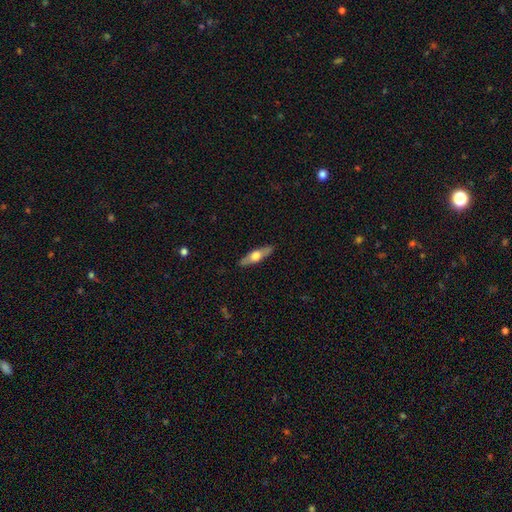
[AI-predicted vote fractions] The model was most divided on "smooth or featured": featured or disk: 52%, smooth: 43%, star or artifact: 5%. More confident: edge-on disk — yes (88%); merging — none (88%).